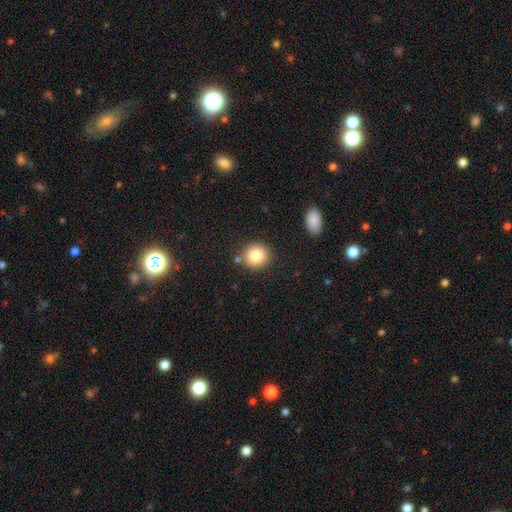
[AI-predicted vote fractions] Morphology: type=smooth (82%); roundness=round (88%); merging=none (84%).